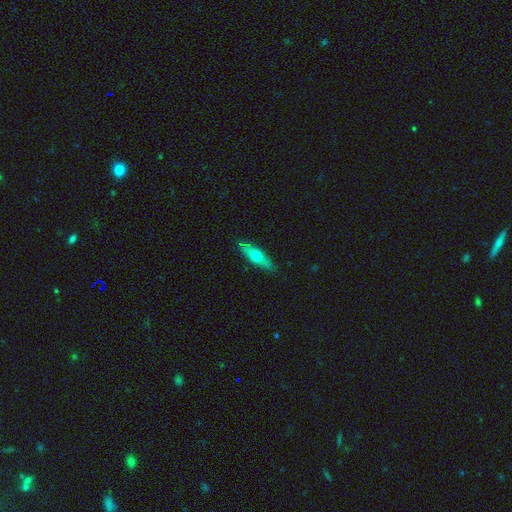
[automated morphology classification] A smooth galaxy with no disk features (54%) that is cigar-shaped (55%). Merging: none (80%).